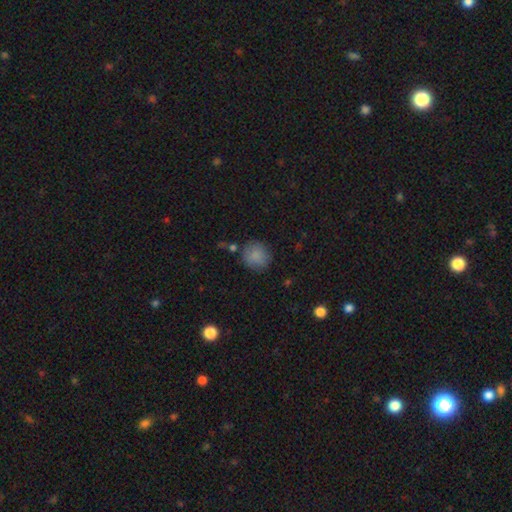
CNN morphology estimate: Overall: smooth (86%). How rounded: round (88%). Merging: none (79%).